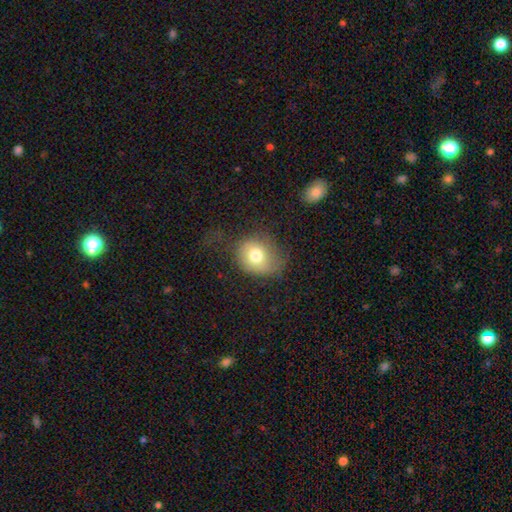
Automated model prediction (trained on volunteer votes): smooth_or_featured: smooth (p=0.73) [alt: featured or disk p=0.16]
how_rounded: round (p=0.66) [alt: in between p=0.33]
merging: none (p=0.52) [alt: minor disturbance p=0.27]